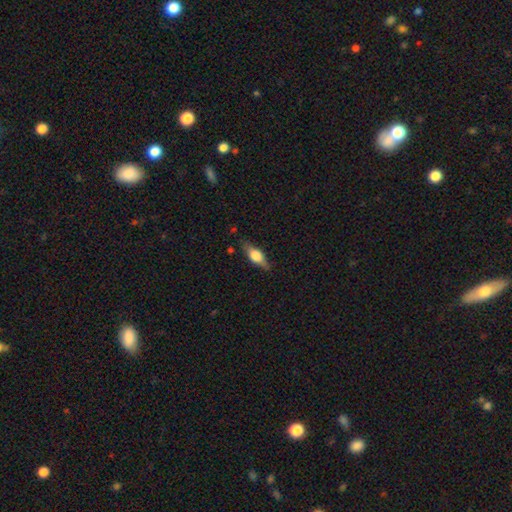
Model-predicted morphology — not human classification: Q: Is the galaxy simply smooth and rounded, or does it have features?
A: smooth — 53%.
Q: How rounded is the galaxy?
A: in between — 67%.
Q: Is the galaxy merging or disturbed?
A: none — 77%.